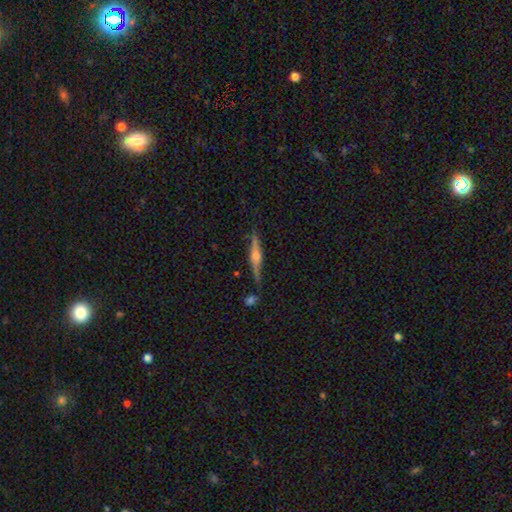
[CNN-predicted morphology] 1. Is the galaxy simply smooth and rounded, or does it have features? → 70% featured or disk, 23% smooth, 7% star or artifact.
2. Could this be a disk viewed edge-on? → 97% yes, 3% no.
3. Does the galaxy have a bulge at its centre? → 87% rounded, 8% boxy, 5% none.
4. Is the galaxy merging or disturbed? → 81% none, 13% minor disturbance, 4% merger, 3% major disturbance.